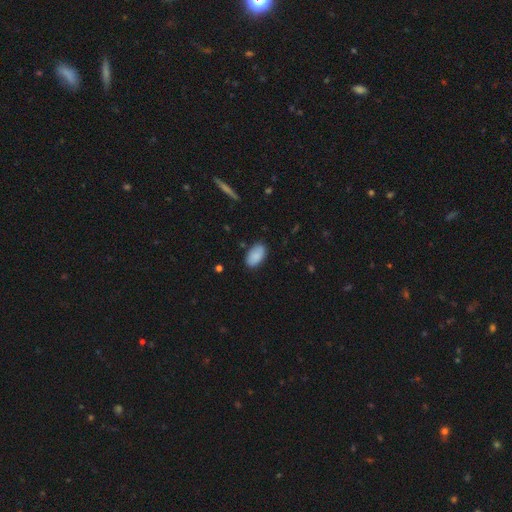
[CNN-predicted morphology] type=smooth (88%); roundness=in between (95%); merging=none (83%).